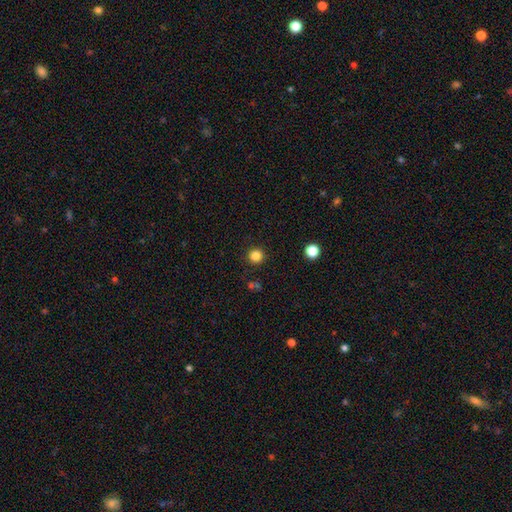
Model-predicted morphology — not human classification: A smooth galaxy with no disk features (83%) that is round (95%). Merging: none (91%).